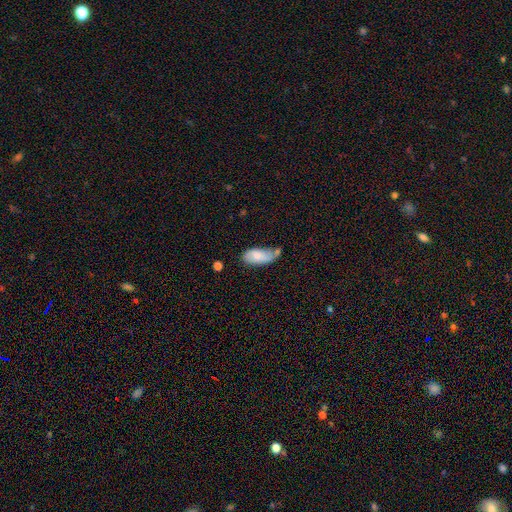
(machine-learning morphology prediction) Smooth or featured: smooth — 69% (featured or disk — 23%)
How rounded: in between — 86% (cigar-shaped — 11%)
Merging: none — 42% (minor disturbance — 35%)